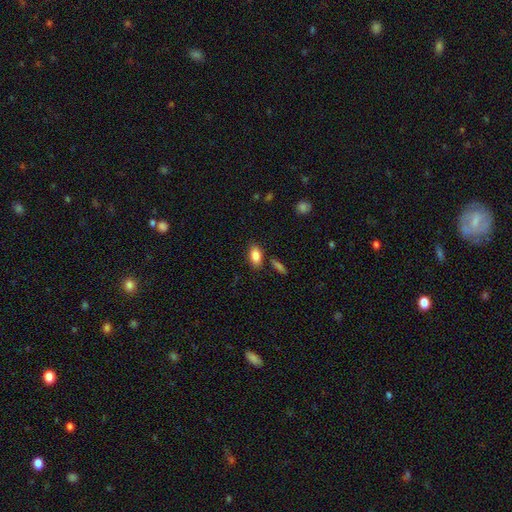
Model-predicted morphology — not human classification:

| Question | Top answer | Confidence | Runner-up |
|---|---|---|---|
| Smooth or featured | smooth | 85% | featured or disk (8%) |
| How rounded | in between | 89% | round (6%) |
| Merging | none | 81% | minor disturbance (11%) |